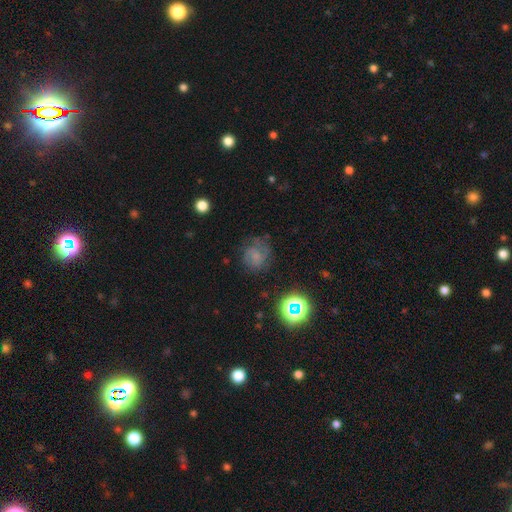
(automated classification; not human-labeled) Morphology: type=smooth (44%); merging=none (59%).